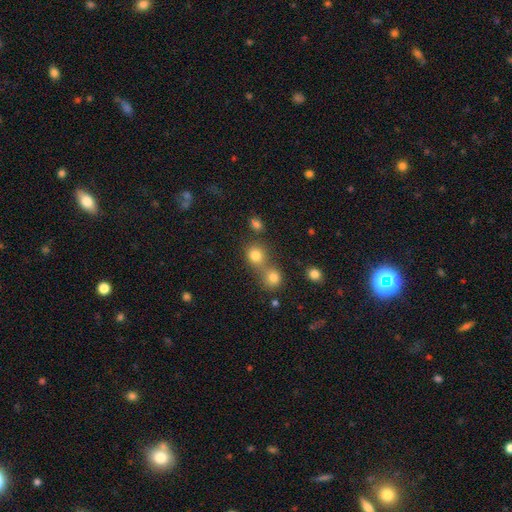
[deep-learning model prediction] A smooth galaxy with no disk features (80%) that is round (82%).

Vote fractions:
- Smooth or featured? smooth: 80% / star or artifact: 14% / featured or disk: 7%
- How rounded? round: 82% / in between: 17% / cigar-shaped: 1%
- Merging? none: 49% / merger: 40% / minor disturbance: 7% / major disturbance: 3%